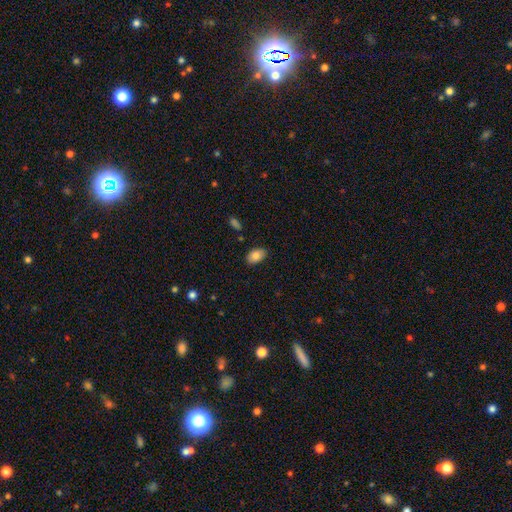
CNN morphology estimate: Smooth or featured: smooth — 84% (featured or disk — 9%)
How rounded: in between — 89% (round — 10%)
Merging: none — 84% (minor disturbance — 12%)